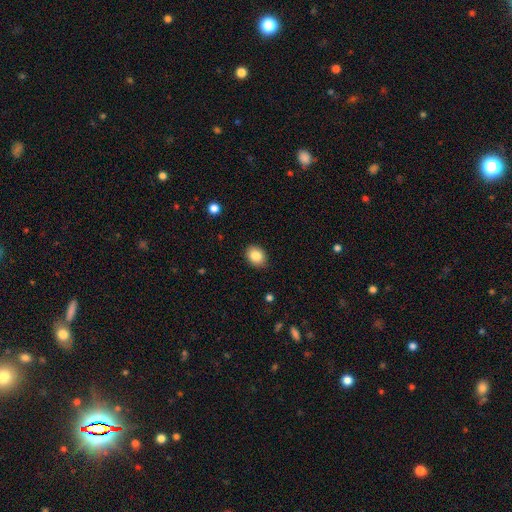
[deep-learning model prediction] Smooth or featured? smooth (85%)
How rounded? in between (63%)
Merging? none (88%)